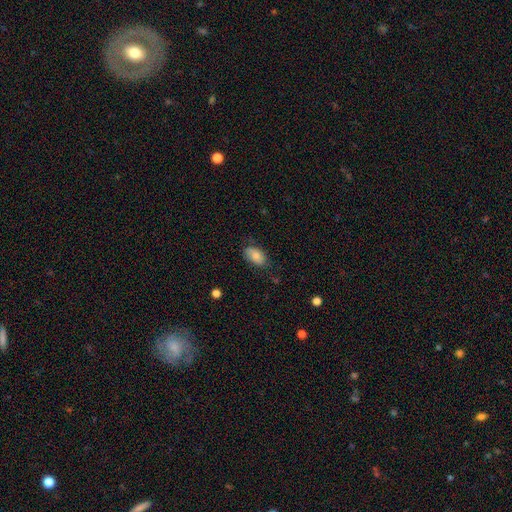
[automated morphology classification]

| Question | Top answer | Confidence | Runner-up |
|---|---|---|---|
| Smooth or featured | smooth | 82% | featured or disk (11%) |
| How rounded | in between | 93% | round (6%) |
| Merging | none | 68% | minor disturbance (25%) |